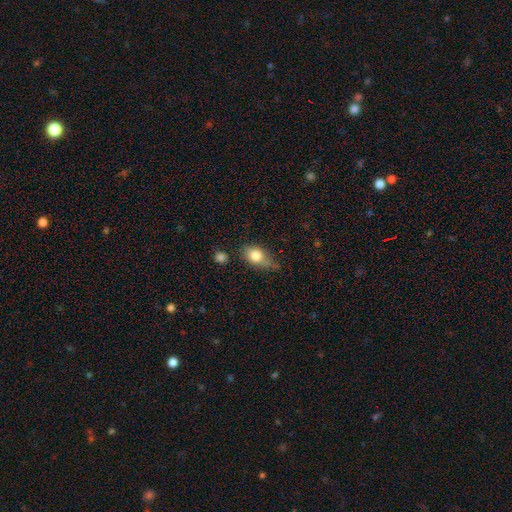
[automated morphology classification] Smooth or featured: smooth — 79% (featured or disk — 12%)
How rounded: in between — 72% (round — 24%)
Merging: none — 47% (minor disturbance — 36%)